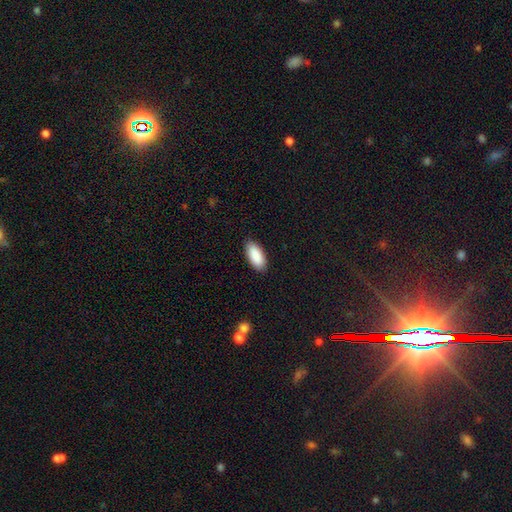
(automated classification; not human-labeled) smooth_or_featured: smooth (p=0.91) [alt: star or artifact p=0.06]
how_rounded: in between (p=0.92) [alt: cigar-shaped p=0.06]
merging: none (p=0.88) [alt: minor disturbance p=0.09]